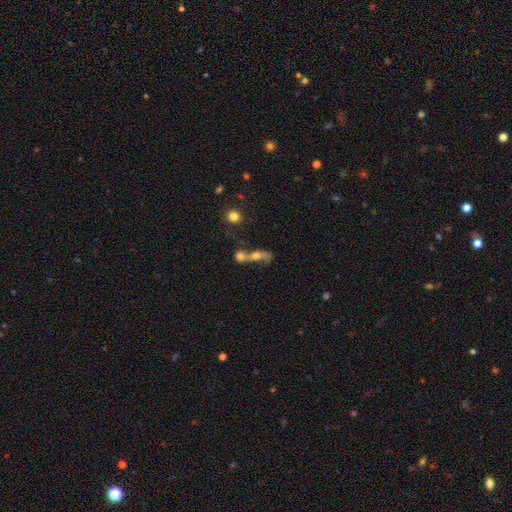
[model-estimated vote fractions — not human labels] A smooth galaxy with no disk features (50%) that is in between round and cigar-shaped (49%). Merging: merger (67%).